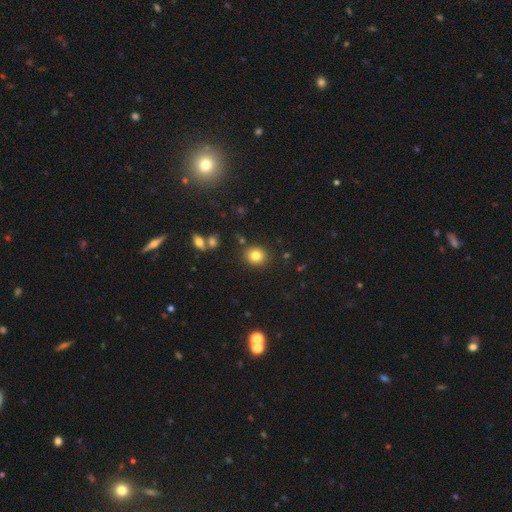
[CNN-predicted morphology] Overall: smooth (82%). How rounded: round (79%). Merging: none (87%).